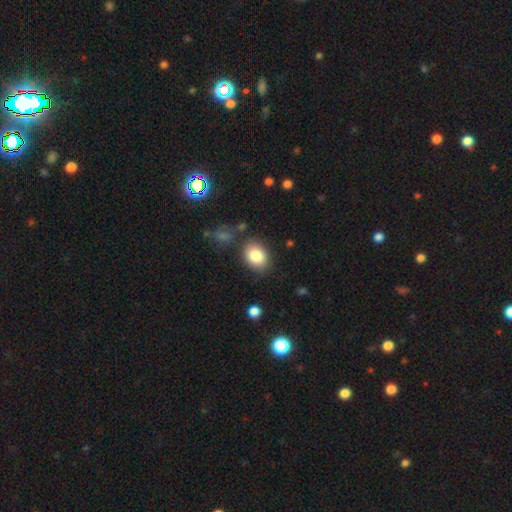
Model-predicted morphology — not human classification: Q: Smooth or featured?
A: smooth (86%); runner-up: star or artifact (8%)
Q: How rounded?
A: in between (67%); runner-up: round (32%)
Q: Merging?
A: none (78%); runner-up: minor disturbance (13%)